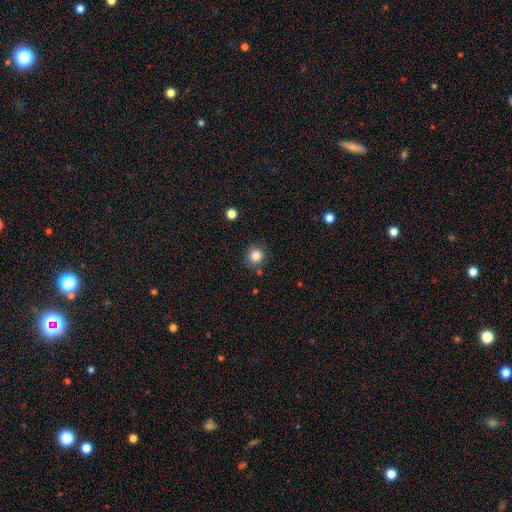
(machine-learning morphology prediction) A smooth galaxy with no disk features (85%) that is round (91%). Merging: none (83%).